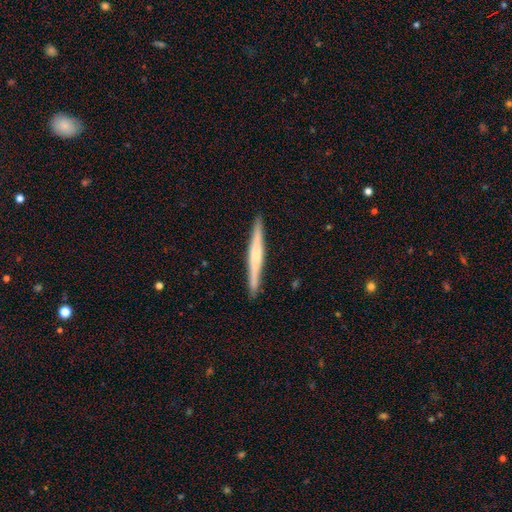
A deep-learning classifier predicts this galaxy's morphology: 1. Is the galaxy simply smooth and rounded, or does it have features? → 59% featured or disk, 35% smooth, 6% star or artifact.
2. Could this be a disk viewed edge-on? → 98% yes, 2% no.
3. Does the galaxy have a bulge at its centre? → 50% rounded, 30% none, 20% boxy.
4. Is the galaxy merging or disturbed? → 92% none, 6% minor disturbance, 1% major disturbance, 1% merger.